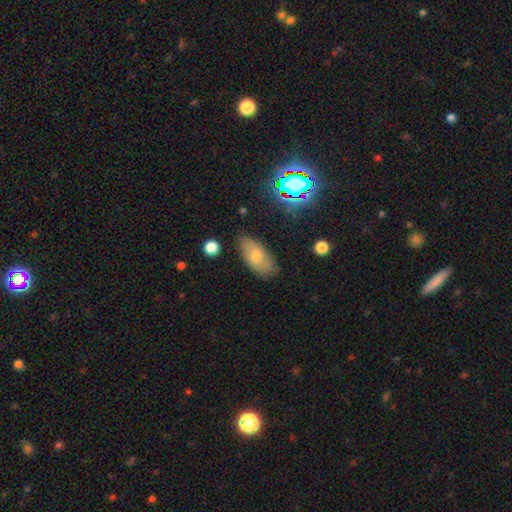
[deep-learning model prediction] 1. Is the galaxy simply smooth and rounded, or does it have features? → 64% smooth, 25% featured or disk, 12% star or artifact.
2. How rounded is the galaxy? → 91% in between, 5% cigar-shaped, 4% round.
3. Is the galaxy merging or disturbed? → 79% none, 16% minor disturbance, 3% major disturbance, 2% merger.